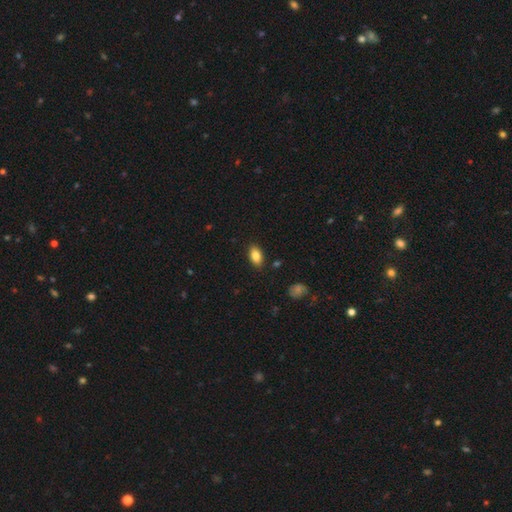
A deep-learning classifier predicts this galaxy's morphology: type=smooth (84%); roundness=in between (91%); merging=none (87%).